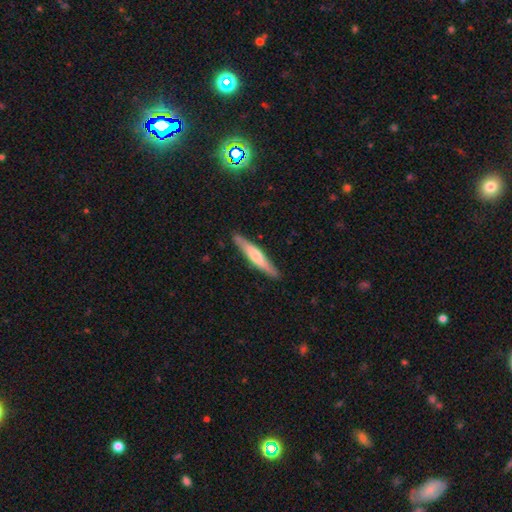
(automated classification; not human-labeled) A smooth galaxy with no disk features (53%) that is cigar-shaped (91%). Merging: none (87%).